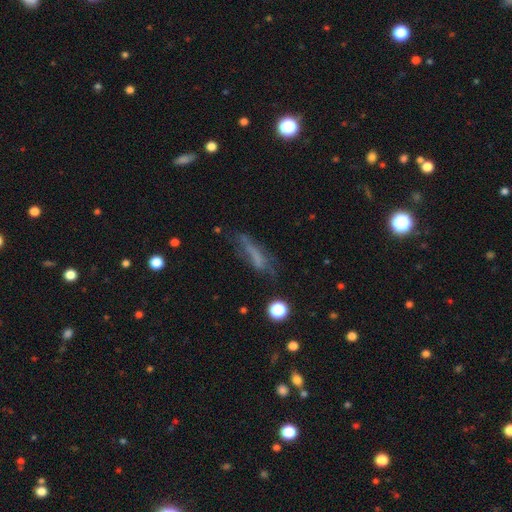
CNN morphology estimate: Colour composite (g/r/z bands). It shows a smooth galaxy with no disk features (51%) that is cigar-shaped (70%). Merging: none (47%).